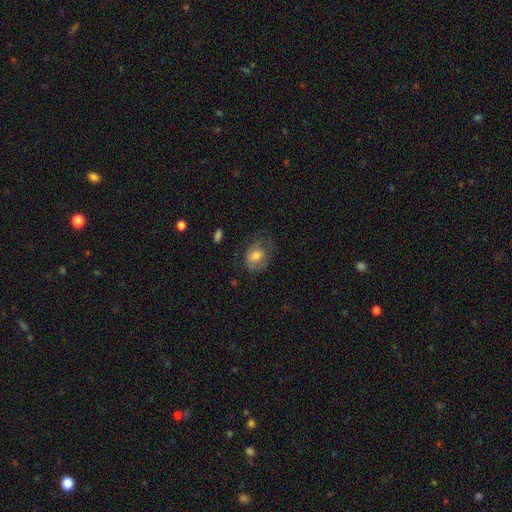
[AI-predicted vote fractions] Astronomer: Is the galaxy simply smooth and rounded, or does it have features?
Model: smooth — 63%.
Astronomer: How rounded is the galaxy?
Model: in between — 54% (runner-up: round, 45%).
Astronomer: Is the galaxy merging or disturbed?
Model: none — 54%.